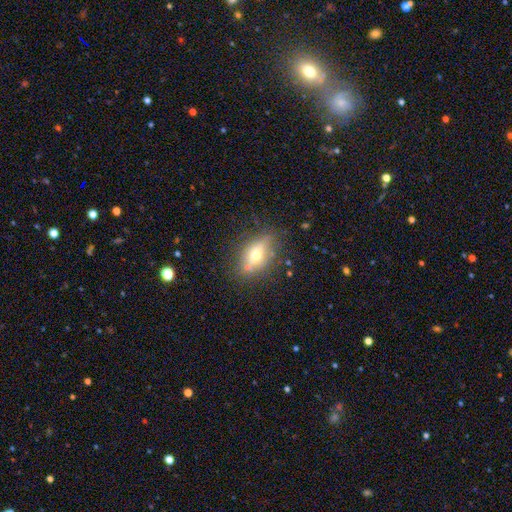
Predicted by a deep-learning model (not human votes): smooth_or_featured: smooth (p=0.51) [alt: featured or disk p=0.39]
how_rounded: in between (p=0.76) [alt: cigar-shaped p=0.13]
merging: none (p=0.73) [alt: minor disturbance p=0.17]